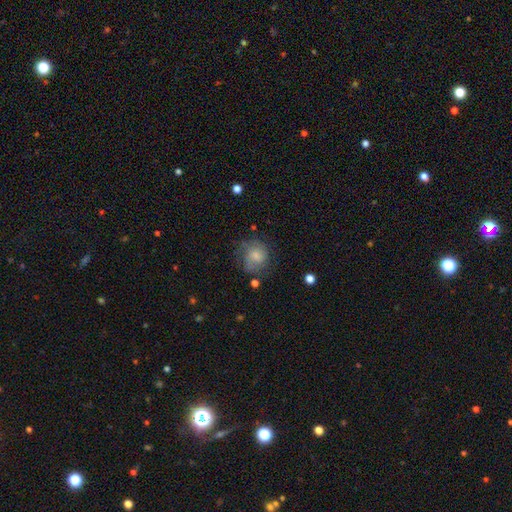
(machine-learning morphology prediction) Smooth or featured? Predicted: smooth (p=0.68). How rounded? Predicted: round (p=0.72). Merging? Predicted: none (p=0.52).